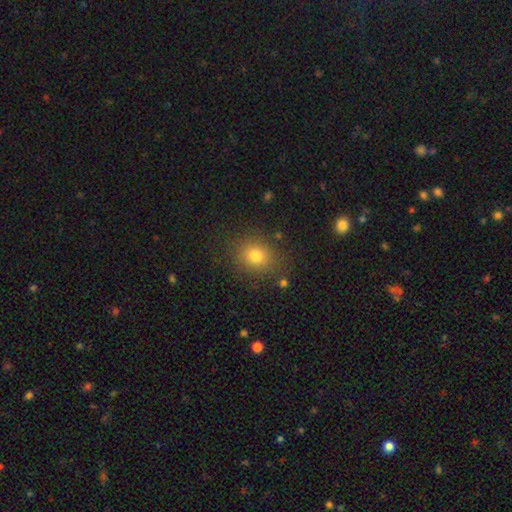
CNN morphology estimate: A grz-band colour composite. It shows a smooth galaxy with no disk features (78%) that is round (74%). Merging: none (84%).